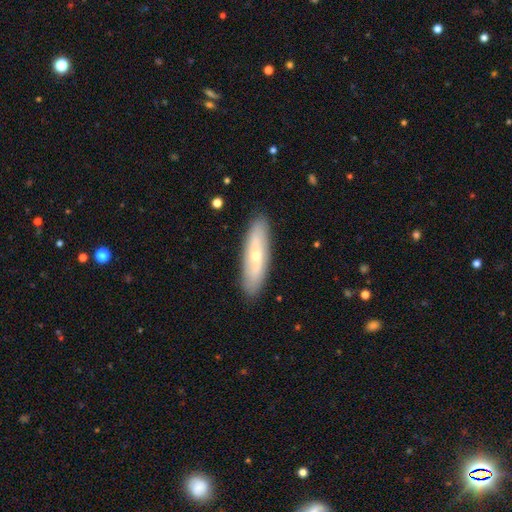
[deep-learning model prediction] Smooth or featured?
  - featured or disk: 51% *
  - smooth: 44%
  - star or artifact: 6%
Edge-on disk?
  - no: 58% *
  - yes: 42%
Merging?
  - none: 88% *
  - minor disturbance: 9%
  - major disturbance: 2%
  - merger: 1%